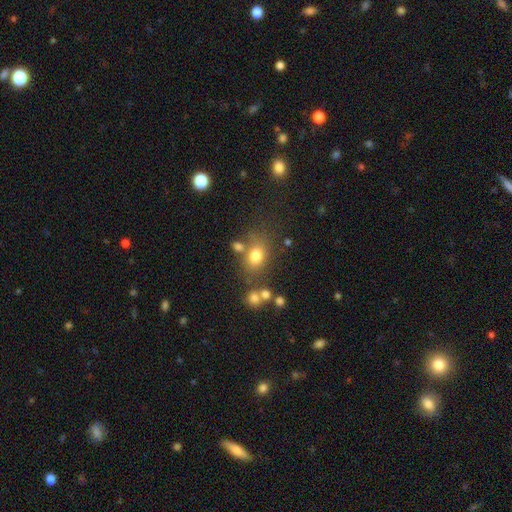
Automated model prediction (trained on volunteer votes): This is likely a smooth galaxy (76%). How rounded: likely in between (61%). Merging: likely none (64%).